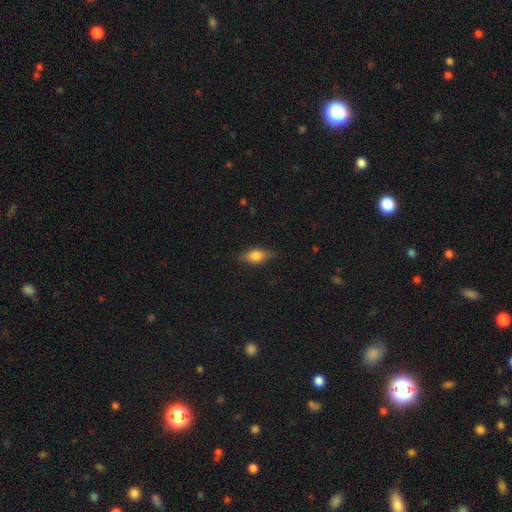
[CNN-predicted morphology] This is likely a smooth galaxy (67%). How rounded: likely in between (78%). Merging: likely none (78%).